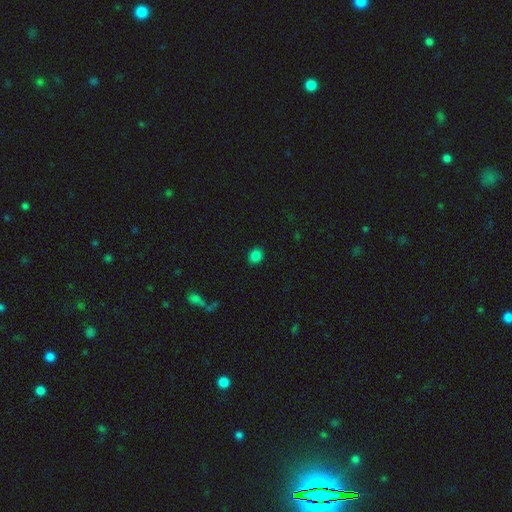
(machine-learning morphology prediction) smooth_or_featured: smooth (p=0.84) [alt: star or artifact p=0.12]
how_rounded: round (p=0.56) [alt: in between p=0.43]
merging: none (p=0.89) [alt: minor disturbance p=0.07]